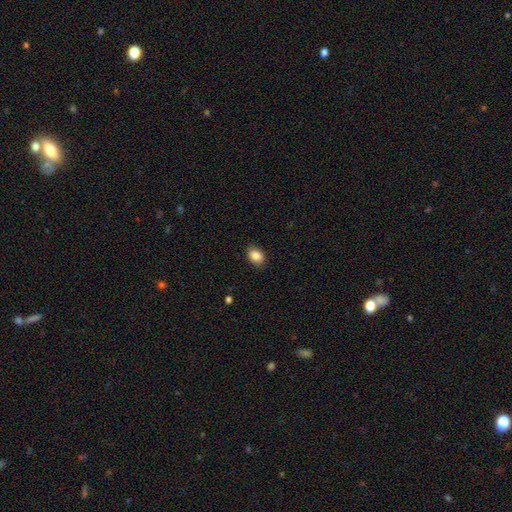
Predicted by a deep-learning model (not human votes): Morphology: type=smooth (87%); roundness=in between (72%); merging=none (88%).